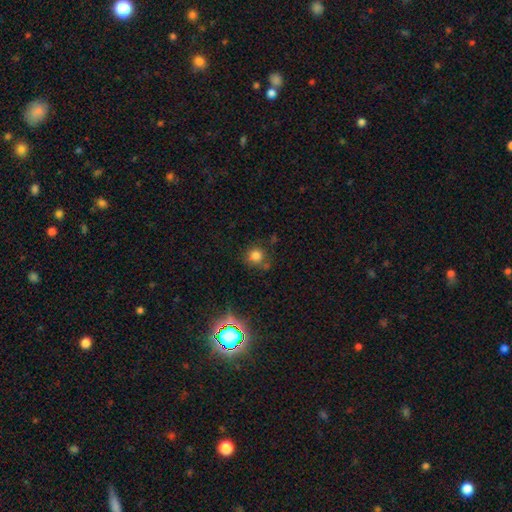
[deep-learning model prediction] This is likely a smooth galaxy (77%). How rounded: clearly round (90%). Merging: likely none (69%).